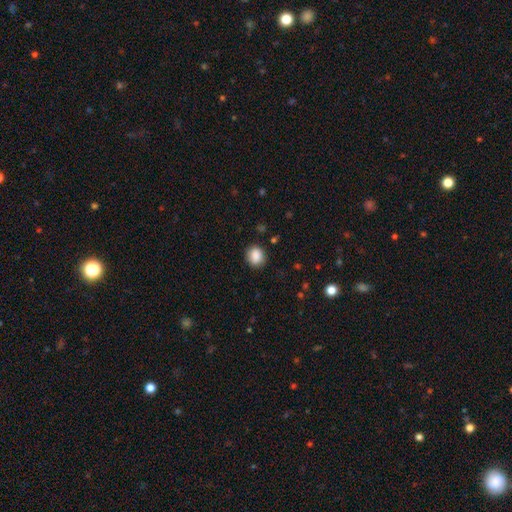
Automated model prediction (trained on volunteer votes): Smooth or featured: smooth — 88% (star or artifact — 8%)
How rounded: round — 70% (in between — 29%)
Merging: none — 86% (minor disturbance — 10%)